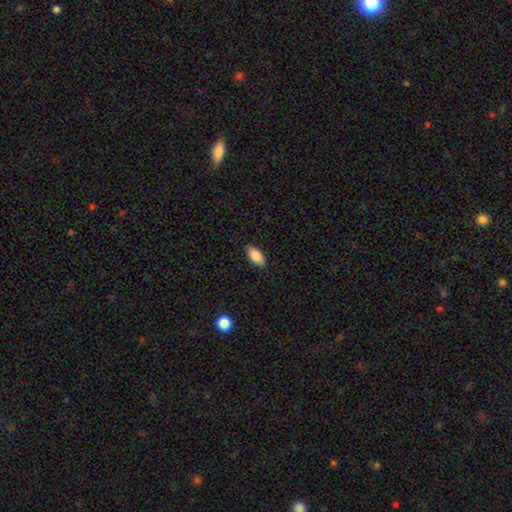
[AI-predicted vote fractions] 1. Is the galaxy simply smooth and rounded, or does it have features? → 86% smooth, 7% featured or disk, 7% star or artifact.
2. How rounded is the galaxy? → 91% in between, 7% cigar-shaped, 3% round.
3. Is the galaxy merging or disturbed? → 86% none, 11% minor disturbance, 2% major disturbance, 1% merger.